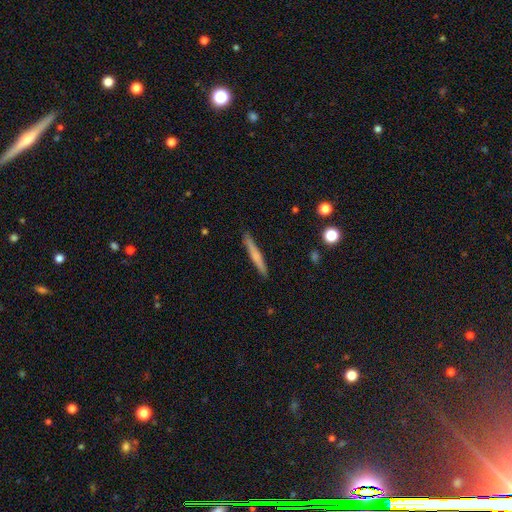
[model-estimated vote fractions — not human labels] Overall: smooth (58%; featured or disk 35%). How rounded: cigar-shaped (96%). Merging: none (90%).